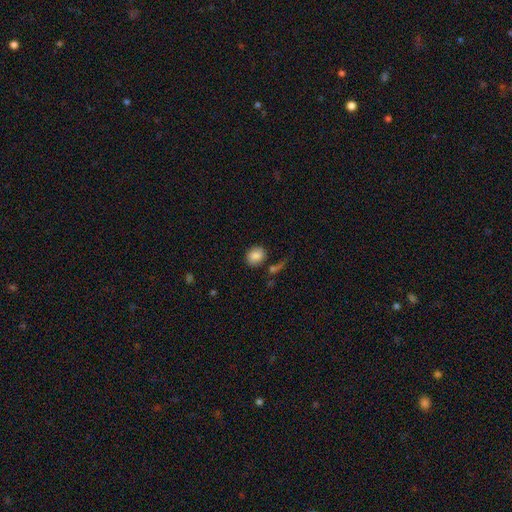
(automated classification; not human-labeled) Overall: smooth (82%). How rounded: round (69%; in between 30%). Merging: none (70%).